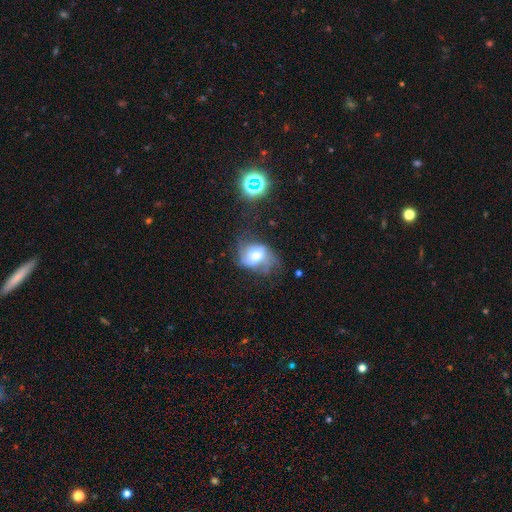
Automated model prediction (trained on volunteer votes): The model was most divided on "merging": none: 44%, minor disturbance: 27%, major disturbance: 26%, merger: 3%. More confident: edge-on disk — no (96%); spiral arms — yes (72%); bulge size — moderate (66%); bar — no (59%); smooth or featured — featured or disk (55%).